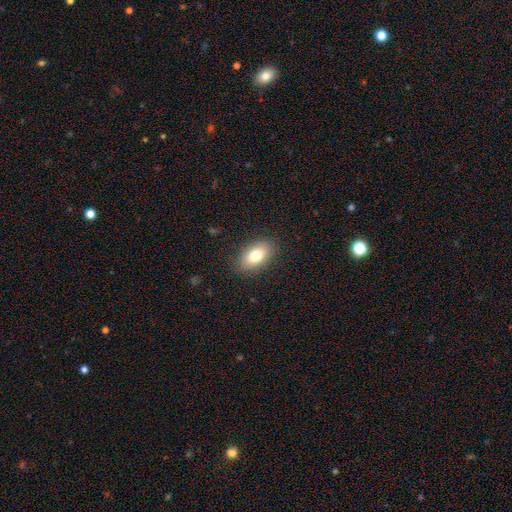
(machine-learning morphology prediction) smooth 78%, featured or disk 13%, star or artifact 9%. Down the decision tree: how rounded — in between (89%); merging — none (86%).